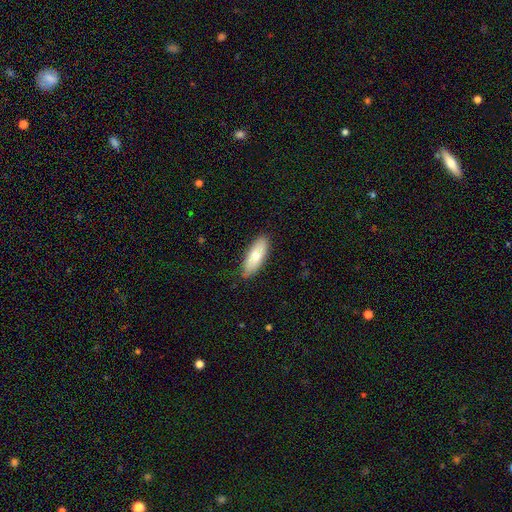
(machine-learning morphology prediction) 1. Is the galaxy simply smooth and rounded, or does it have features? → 72% smooth, 22% featured or disk, 6% star or artifact.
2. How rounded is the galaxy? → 72% in between, 26% cigar-shaped, 2% round.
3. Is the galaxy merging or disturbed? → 84% none, 13% minor disturbance, 2% major disturbance, 1% merger.